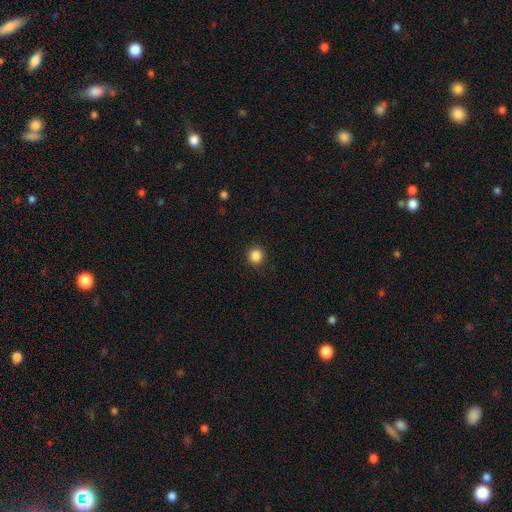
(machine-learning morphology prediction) smooth_or_featured: smooth (p=0.87) [alt: star or artifact p=0.10]
how_rounded: round (p=0.89) [alt: in between p=0.10]
merging: none (p=0.91) [alt: minor disturbance p=0.06]